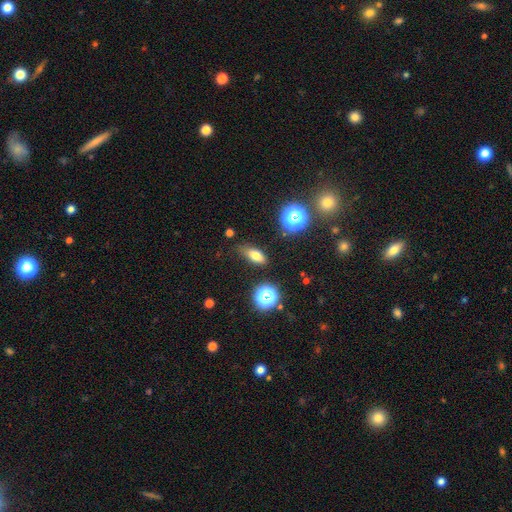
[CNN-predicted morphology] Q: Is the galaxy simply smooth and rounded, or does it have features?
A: smooth — 73%.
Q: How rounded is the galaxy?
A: in between — 74%.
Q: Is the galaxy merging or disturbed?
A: none — 72%.